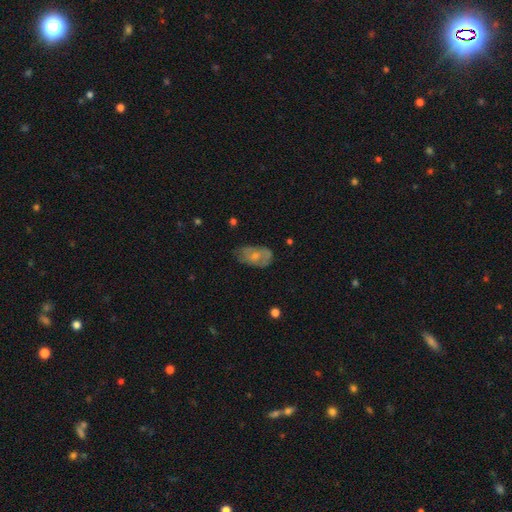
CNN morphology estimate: This appears to be a smooth galaxy with no disk features (52%) that is in between round and cigar-shaped (91%). Merging: none (50%).